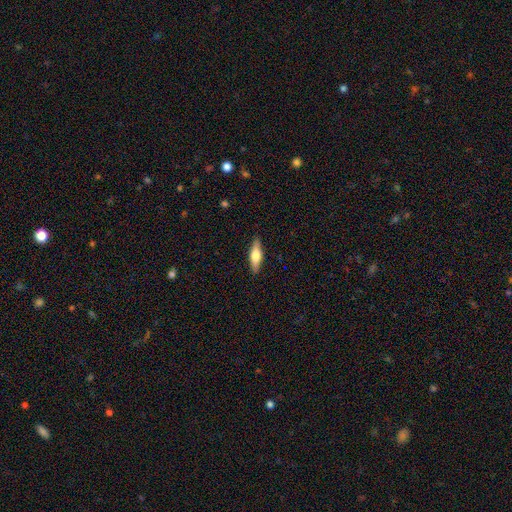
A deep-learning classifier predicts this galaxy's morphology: The model was most divided on "smooth or featured": smooth: 51%, featured or disk: 44%, star or artifact: 6%. More confident: merging — none (89%); how rounded — cigar-shaped (57%).